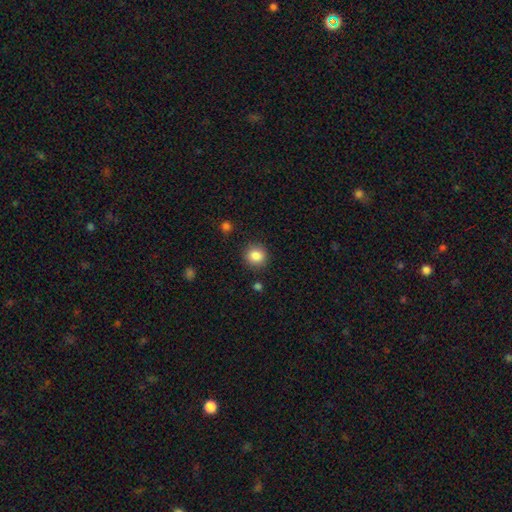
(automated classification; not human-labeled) smooth 86%, star or artifact 10%, featured or disk 4%. Down the decision tree: how rounded — round (89%); merging — none (88%).